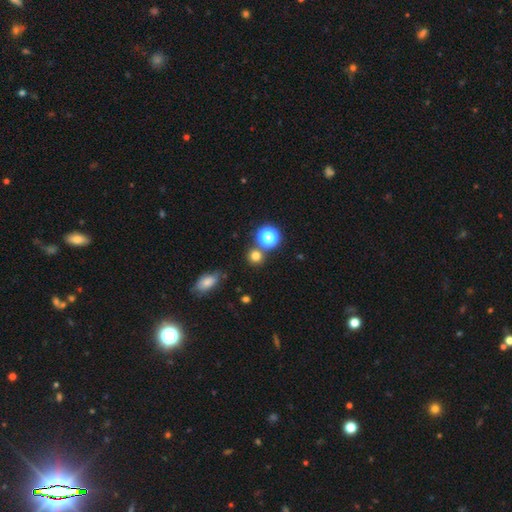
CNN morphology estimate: Smooth or featured? Predicted: smooth (p=0.74). How rounded? Predicted: round (p=0.88). Merging? Predicted: none (p=0.76).